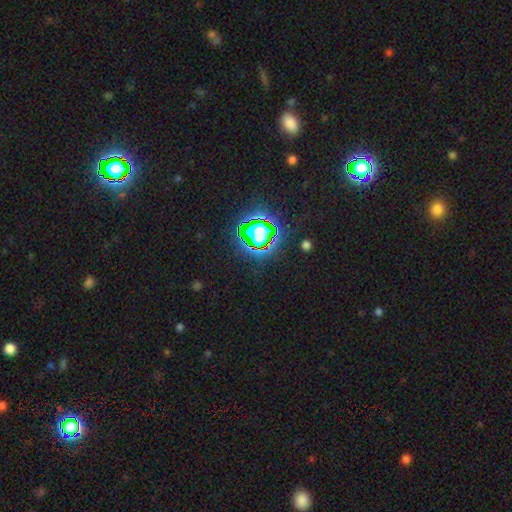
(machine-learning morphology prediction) smooth_or_featured: star or artifact (p=0.82) [alt: smooth p=0.11]